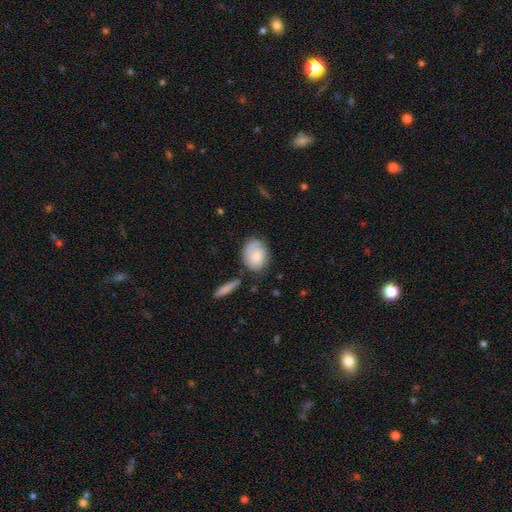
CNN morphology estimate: Smooth or featured?
  - featured or disk: 56% *
  - smooth: 37%
  - star or artifact: 7%
Edge-on disk?
  - no: 96% *
  - yes: 4%
Bar?
  - no: 71% *
  - weak: 26%
  - strong: 4%
Spiral arms?
  - yes: 89% *
  - no: 11%
Bulge size?
  - moderate: 40% *
  - small: 39%
  - none: 12%
  - large: 8%
  - dominant: 2%
Merging?
  - none: 65% *
  - minor disturbance: 21%
  - major disturbance: 9%
  - merger: 5%